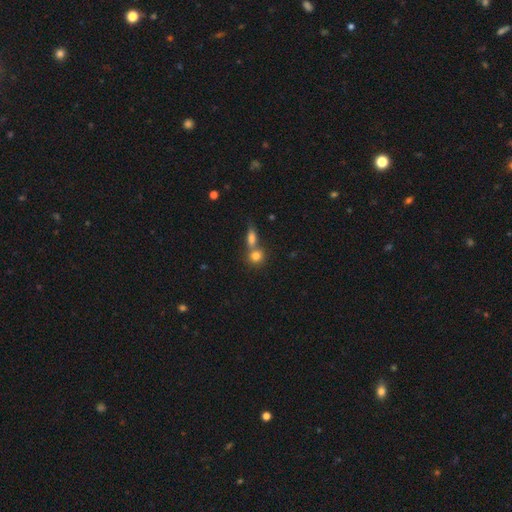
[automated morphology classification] smooth-or-featured: smooth: 80% | featured or disk: 10% | star or artifact: 10%
  how-rounded: round: 72% | in between: 24% | cigar-shaped: 3%
  merging: merger: 47% | none: 43% | minor disturbance: 7% | major disturbance: 3%